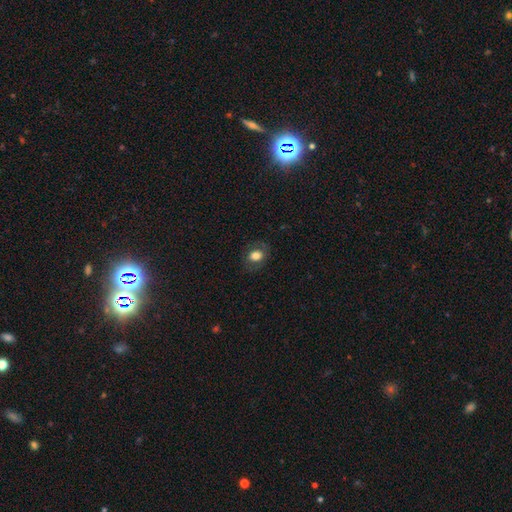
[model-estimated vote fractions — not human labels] smooth 74%, featured or disk 17%, star or artifact 9%. Down the decision tree: how rounded — in between (62%); merging — none (80%).